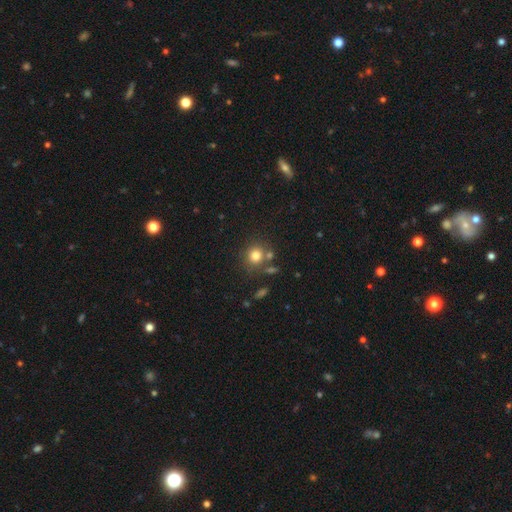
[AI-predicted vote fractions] Q: Smooth or featured?
A: smooth (79%); runner-up: star or artifact (13%)
Q: How rounded?
A: round (86%); runner-up: in between (13%)
Q: Merging?
A: none (71%); runner-up: merger (14%)